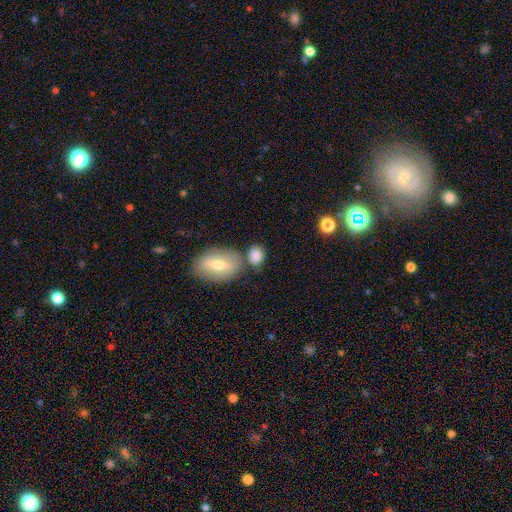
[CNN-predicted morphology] type=smooth (83%); roundness=in between (62%); merging=none (60%).